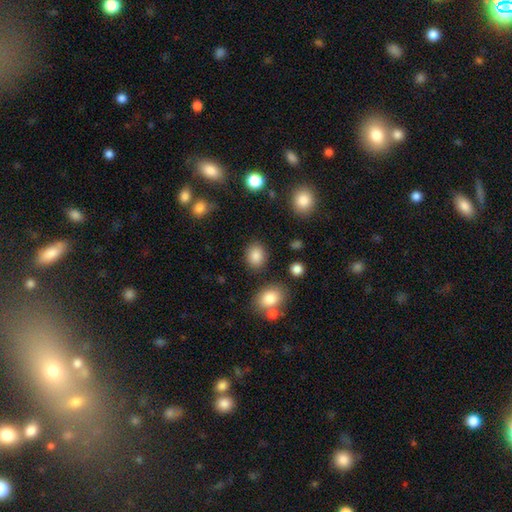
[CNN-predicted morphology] Smooth or featured: smooth — 85% (star or artifact — 10%)
How rounded: round — 53% (in between — 46%)
Merging: none — 83% (minor disturbance — 10%)